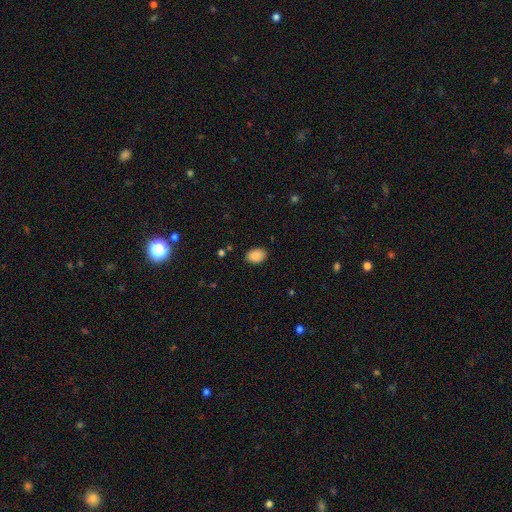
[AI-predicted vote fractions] Q: Smooth or featured?
A: smooth (89%); runner-up: star or artifact (8%)
Q: How rounded?
A: in between (79%); runner-up: round (20%)
Q: Merging?
A: none (85%); runner-up: minor disturbance (11%)